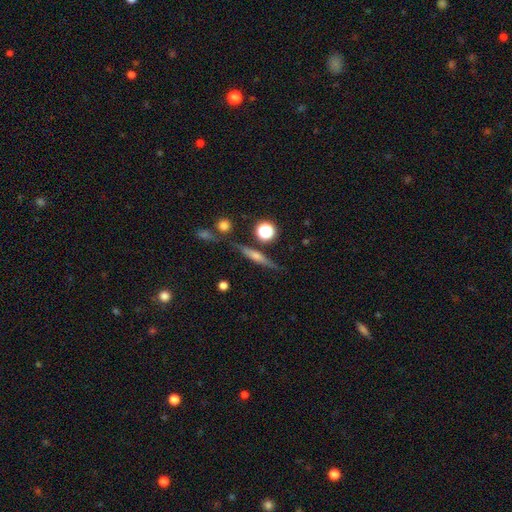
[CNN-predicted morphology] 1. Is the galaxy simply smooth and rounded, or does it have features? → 63% featured or disk, 25% smooth, 12% star or artifact.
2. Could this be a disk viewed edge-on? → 95% yes, 5% no.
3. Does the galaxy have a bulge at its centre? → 75% rounded, 13% none, 12% boxy.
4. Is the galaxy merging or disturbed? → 80% none, 11% minor disturbance, 6% merger, 3% major disturbance.